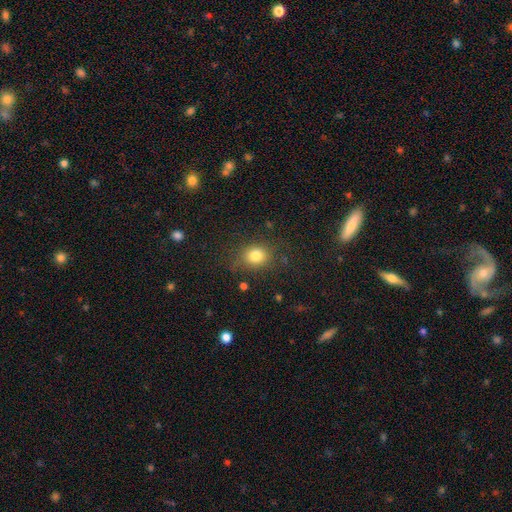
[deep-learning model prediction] Q: Smooth or featured?
A: smooth (81%); runner-up: star or artifact (12%)
Q: How rounded?
A: round (64%); runner-up: in between (35%)
Q: Merging?
A: none (79%); runner-up: minor disturbance (14%)